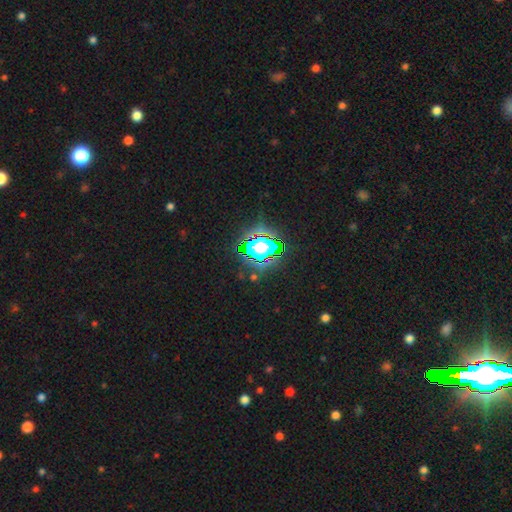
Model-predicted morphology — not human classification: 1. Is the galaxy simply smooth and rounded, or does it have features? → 75% star or artifact, 15% smooth, 10% featured or disk.